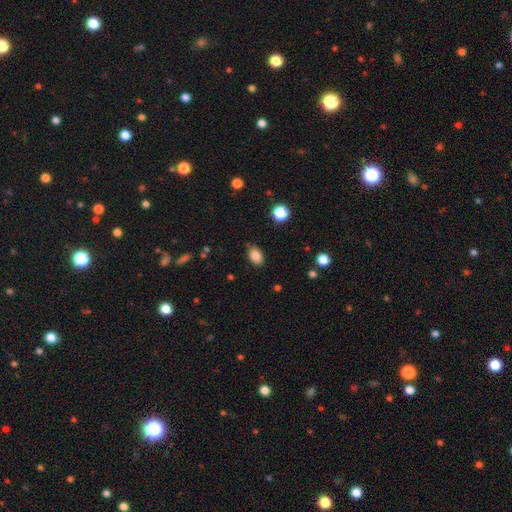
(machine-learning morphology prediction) smooth-or-featured: smooth: 85% | star or artifact: 9% | featured or disk: 6%
  how-rounded: in between: 85% | round: 14% | cigar-shaped: 1%
  merging: none: 84% | minor disturbance: 12% | major disturbance: 3% | merger: 2%